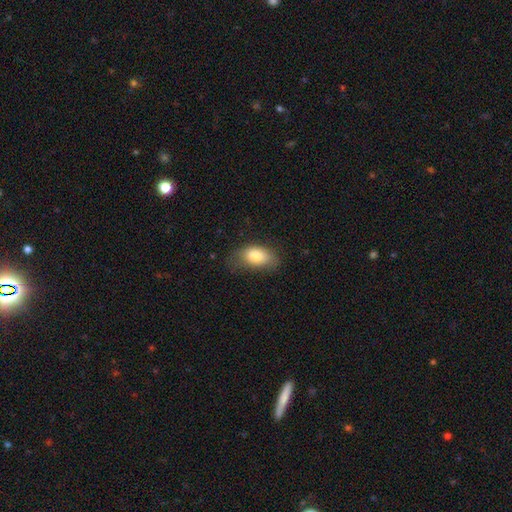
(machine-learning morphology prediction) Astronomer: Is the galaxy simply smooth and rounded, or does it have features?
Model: smooth — 81%.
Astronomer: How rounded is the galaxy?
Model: in between — 90%.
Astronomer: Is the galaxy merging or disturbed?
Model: none — 61%.